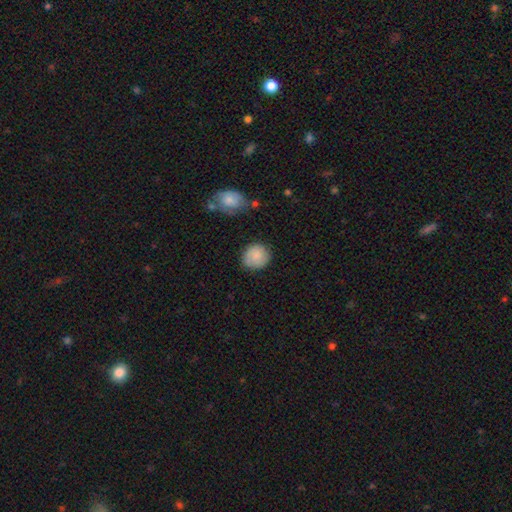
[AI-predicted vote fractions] Smooth or featured? smooth (82%)
How rounded? round (82%)
Merging? none (79%)